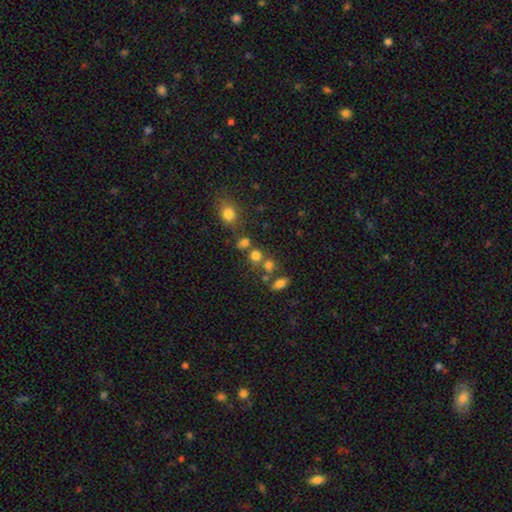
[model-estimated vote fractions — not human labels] The model was most divided on "merging": none: 56%, merger: 28%, minor disturbance: 10%, major disturbance: 6%. More confident: how rounded — round (81%); smooth or featured — smooth (73%).